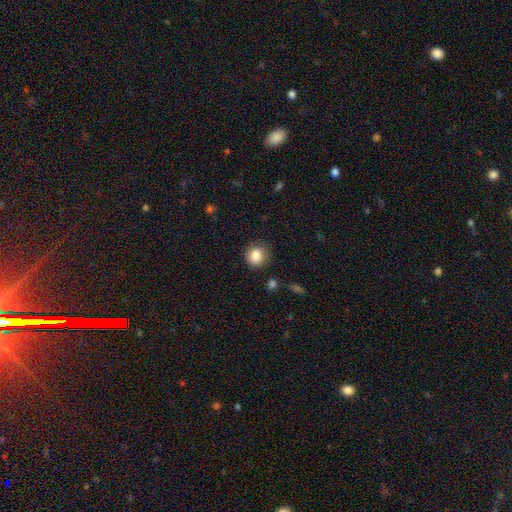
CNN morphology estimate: This appears to be a smooth galaxy with no disk features (85%) that is round (75%). Merging: none (85%).